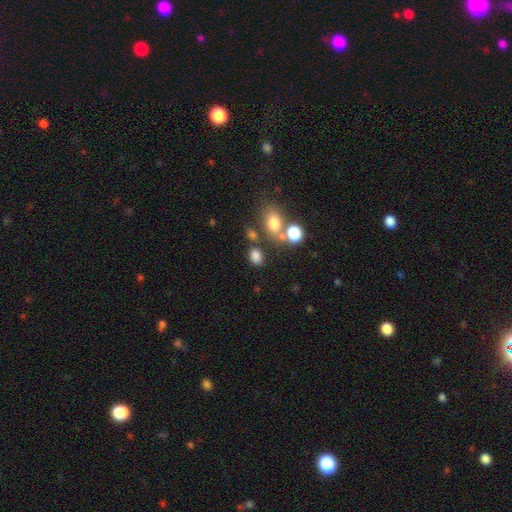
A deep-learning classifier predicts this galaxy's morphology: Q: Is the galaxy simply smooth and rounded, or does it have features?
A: smooth — 78%.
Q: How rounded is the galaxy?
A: in between — 64%.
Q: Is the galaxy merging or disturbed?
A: none — 66%.